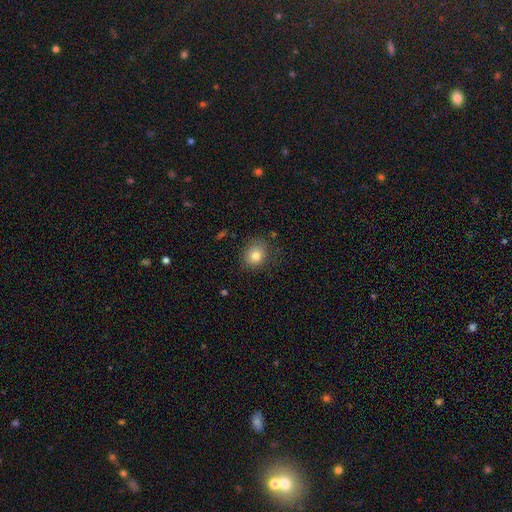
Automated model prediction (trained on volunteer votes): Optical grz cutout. It shows a smooth galaxy with no disk features (80%) that is round (69%). Merging: none (80%).